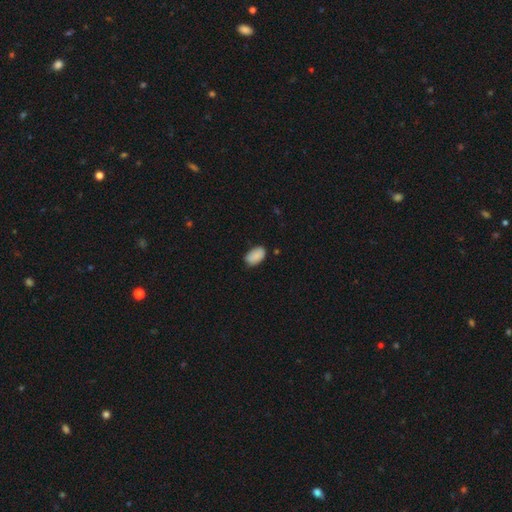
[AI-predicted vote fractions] smooth-or-featured: smooth: 89% | star or artifact: 7% | featured or disk: 4%
  how-rounded: in between: 93% | round: 5% | cigar-shaped: 1%
  merging: none: 78% | minor disturbance: 18% | major disturbance: 3% | merger: 1%